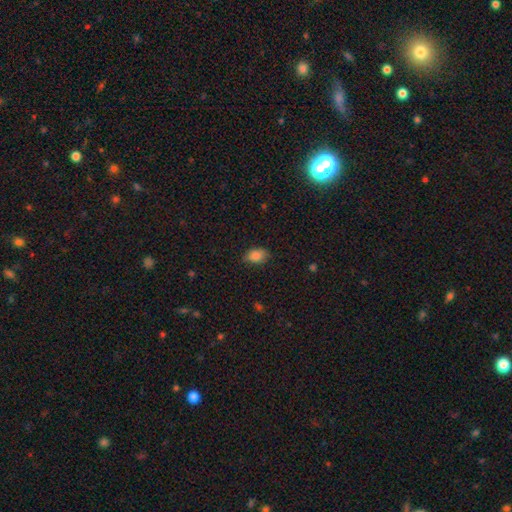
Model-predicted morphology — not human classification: Smooth or featured?
  - smooth: 85% *
  - star or artifact: 9%
  - featured or disk: 6%
How rounded?
  - in between: 82% *
  - round: 17%
  - cigar-shaped: 2%
Merging?
  - none: 74% *
  - minor disturbance: 21%
  - major disturbance: 4%
  - merger: 1%